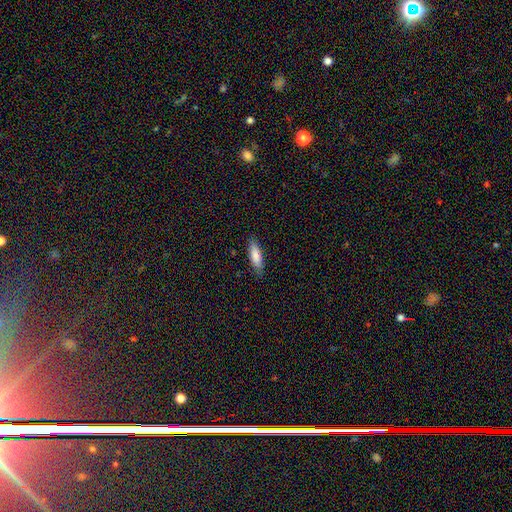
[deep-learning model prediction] Smooth or featured: smooth — 83% (featured or disk — 11%)
How rounded: in between — 53% (cigar-shaped — 45%)
Merging: none — 84% (minor disturbance — 13%)